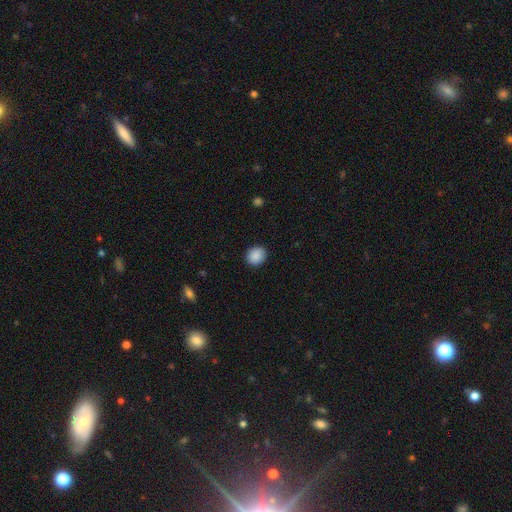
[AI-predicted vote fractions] Q: Smooth or featured?
A: smooth (89%); runner-up: star or artifact (8%)
Q: How rounded?
A: round (75%); runner-up: in between (24%)
Q: Merging?
A: none (90%); runner-up: minor disturbance (7%)